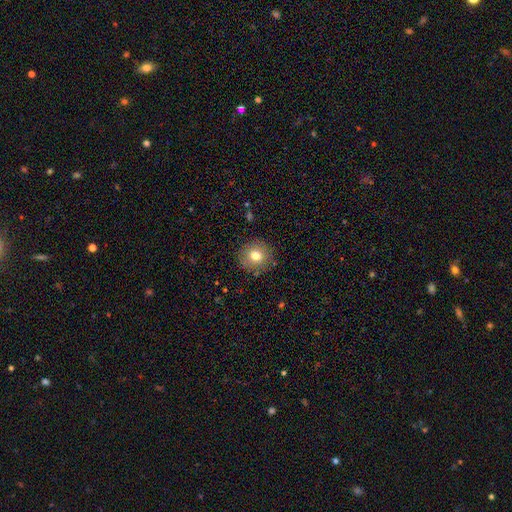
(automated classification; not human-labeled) Smooth or featured? smooth (77%)
How rounded? round (90%)
Merging? none (88%)